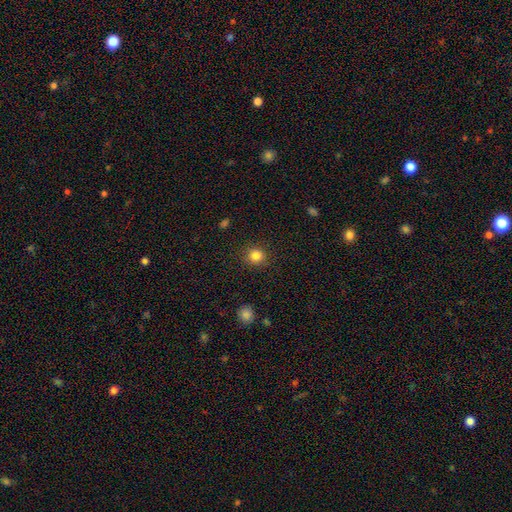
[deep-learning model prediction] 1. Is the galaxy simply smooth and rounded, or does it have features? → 85% smooth, 11% star or artifact, 4% featured or disk.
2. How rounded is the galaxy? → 89% round, 10% in between, 1% cigar-shaped.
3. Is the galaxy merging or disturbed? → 88% none, 8% minor disturbance, 3% major disturbance, 1% merger.